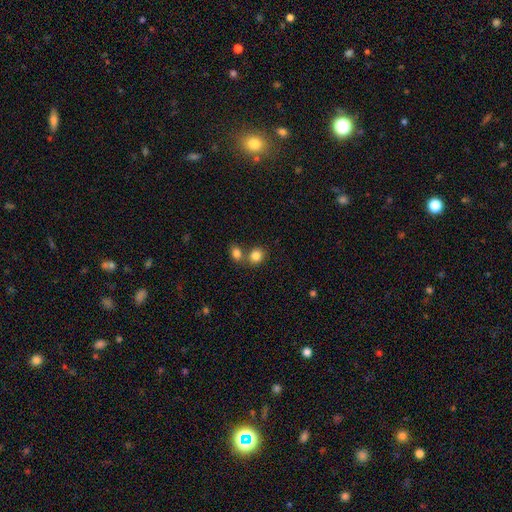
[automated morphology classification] Overall: smooth (84%). How rounded: round (73%). Merging: none (53%; merger 36%).